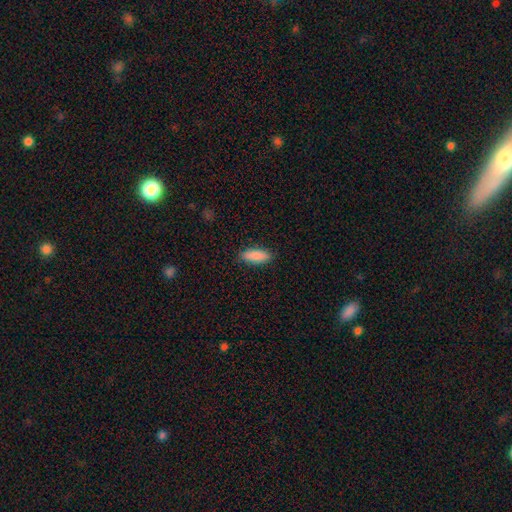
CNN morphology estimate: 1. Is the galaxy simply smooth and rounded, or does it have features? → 89% smooth, 6% star or artifact, 5% featured or disk.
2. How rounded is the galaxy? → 70% in between, 28% cigar-shaped, 2% round.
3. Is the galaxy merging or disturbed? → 88% none, 9% minor disturbance, 2% major disturbance, 1% merger.